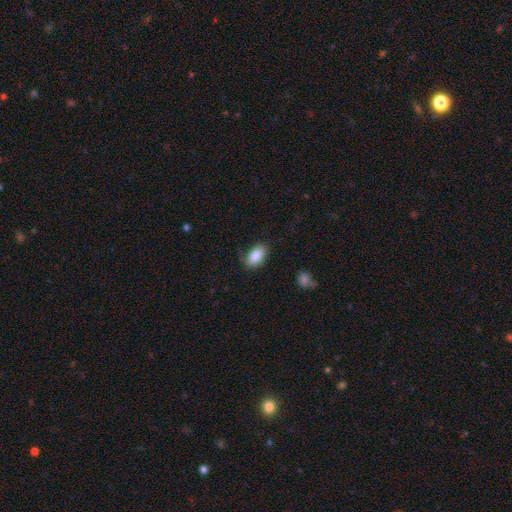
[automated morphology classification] Q: Smooth or featured?
A: smooth (86%); runner-up: star or artifact (7%)
Q: How rounded?
A: in between (92%); runner-up: round (6%)
Q: Merging?
A: none (77%); runner-up: minor disturbance (17%)